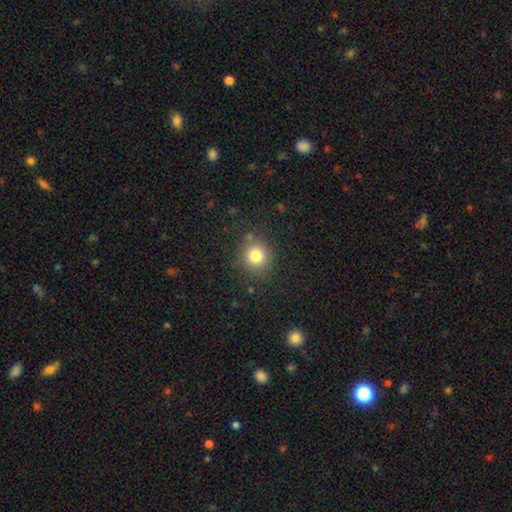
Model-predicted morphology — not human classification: Smooth or featured: smooth — 79% (star or artifact — 13%)
How rounded: round — 91% (in between — 8%)
Merging: none — 85% (minor disturbance — 9%)